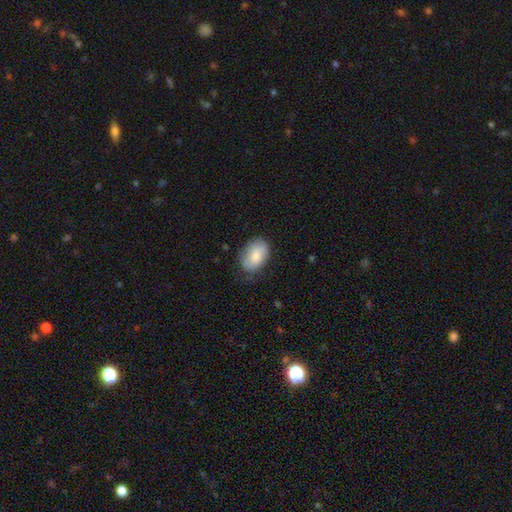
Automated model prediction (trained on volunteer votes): smooth 80%, featured or disk 14%, star or artifact 6%. Down the decision tree: how rounded — in between (86%); merging — none (69%).